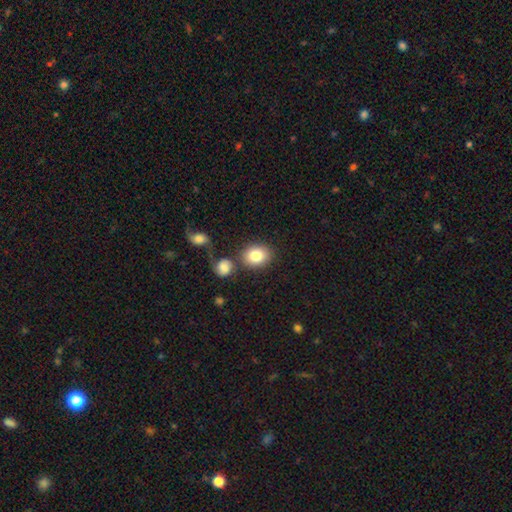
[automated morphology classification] Smooth or featured? smooth (83%)
How rounded? in between (51%)
Merging? none (74%)